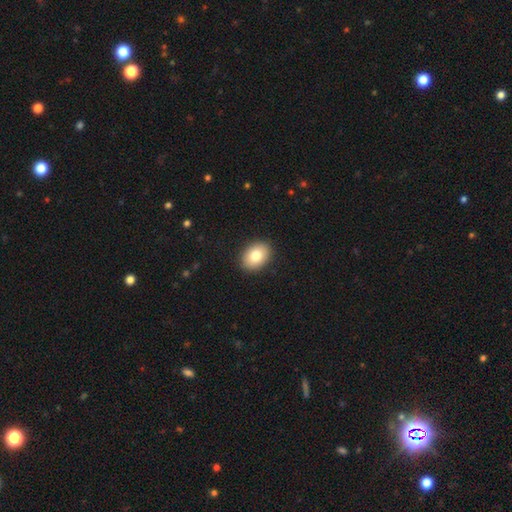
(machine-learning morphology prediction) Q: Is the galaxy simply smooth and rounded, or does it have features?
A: smooth — 81%.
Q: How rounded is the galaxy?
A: in between — 72%.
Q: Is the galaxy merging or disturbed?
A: none — 90%.